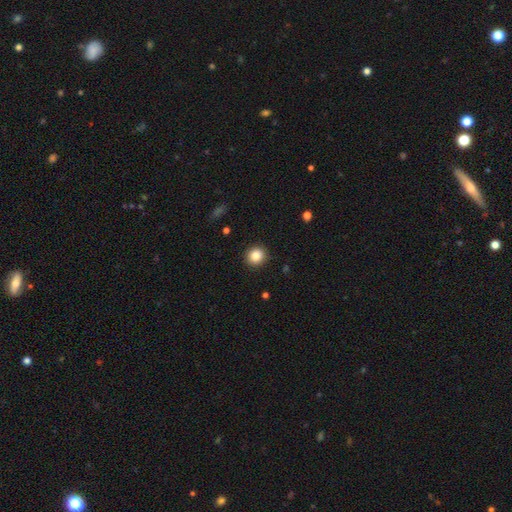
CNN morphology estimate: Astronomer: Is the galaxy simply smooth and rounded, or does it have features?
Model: smooth — 85%.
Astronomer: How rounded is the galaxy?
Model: round — 87%.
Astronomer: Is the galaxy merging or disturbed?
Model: none — 91%.